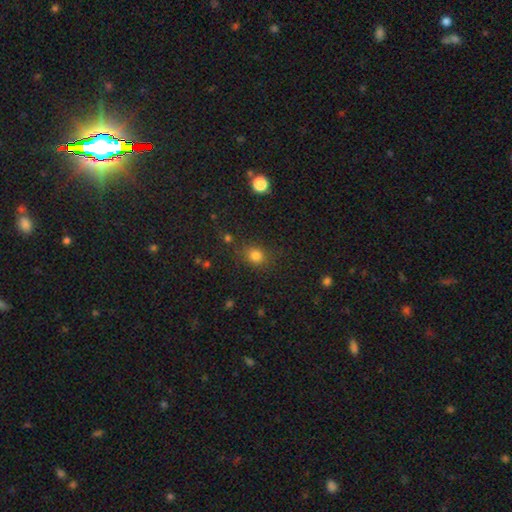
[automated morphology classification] type=smooth (79%); roundness=round (71%); merging=none (80%).